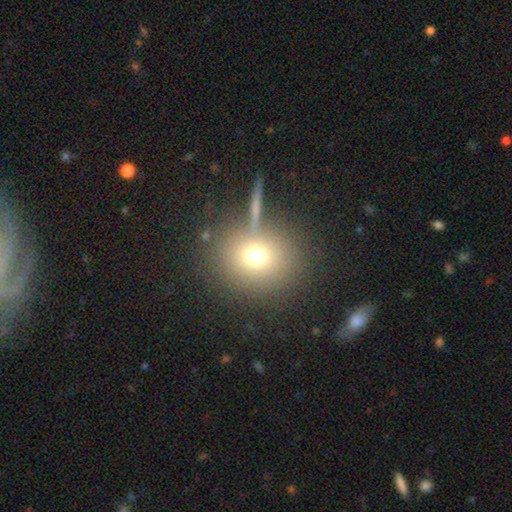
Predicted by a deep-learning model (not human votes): Smooth or featured?
  - smooth: 70% *
  - star or artifact: 16%
  - featured or disk: 14%
How rounded?
  - round: 78% *
  - in between: 21%
  - cigar-shaped: 1%
Merging?
  - none: 76% *
  - minor disturbance: 10%
  - merger: 9%
  - major disturbance: 5%